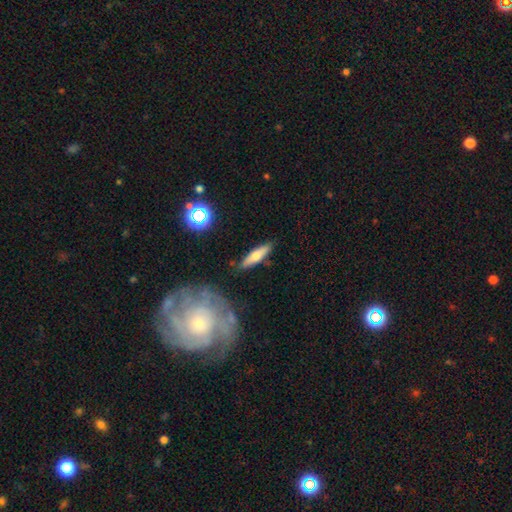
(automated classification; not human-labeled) This appears to be a smooth galaxy with no disk features (56%) that is cigar-shaped (71%). Merging: none (85%).